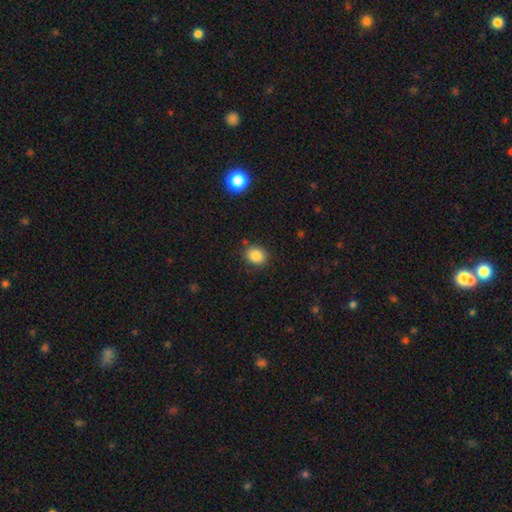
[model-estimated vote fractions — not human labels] Smooth or featured: smooth — 85% (star or artifact — 10%)
How rounded: round — 69% (in between — 30%)
Merging: none — 84% (minor disturbance — 11%)